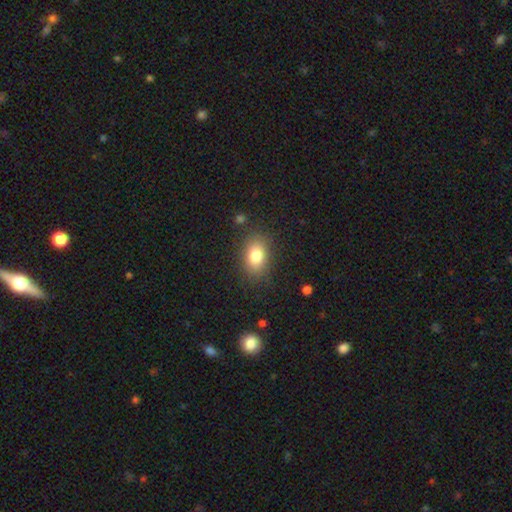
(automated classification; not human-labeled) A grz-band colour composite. It shows a smooth galaxy with no disk features (82%) that is in between round and cigar-shaped (81%). Merging: none (84%).